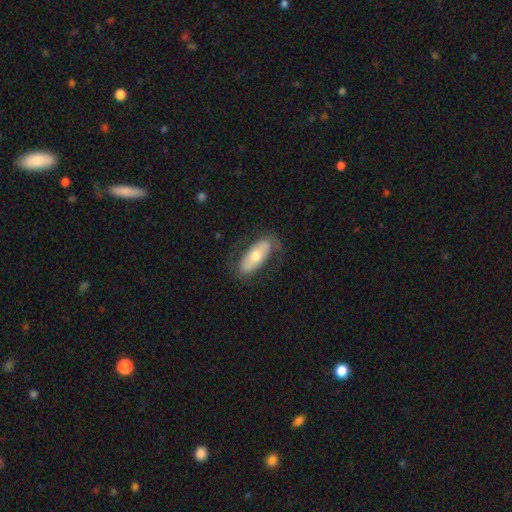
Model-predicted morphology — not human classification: Q: Smooth or featured?
A: smooth (53%); runner-up: featured or disk (42%)
Q: How rounded?
A: in between (83%); runner-up: cigar-shaped (14%)
Q: Merging?
A: none (74%); runner-up: minor disturbance (17%)